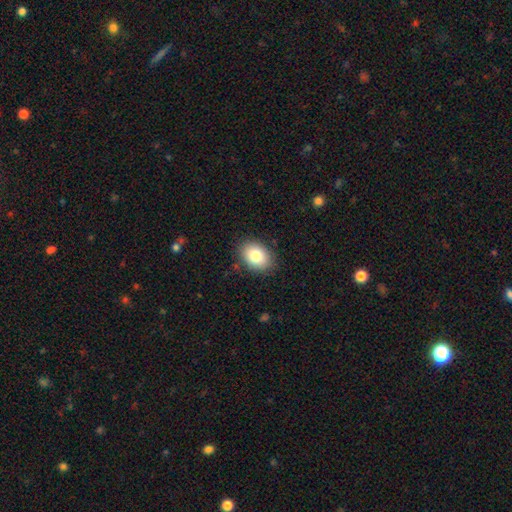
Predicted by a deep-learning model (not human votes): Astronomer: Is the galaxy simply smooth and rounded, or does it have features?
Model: smooth — 82%.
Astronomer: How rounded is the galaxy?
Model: in between — 71%.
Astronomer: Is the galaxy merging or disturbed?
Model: none — 86%.